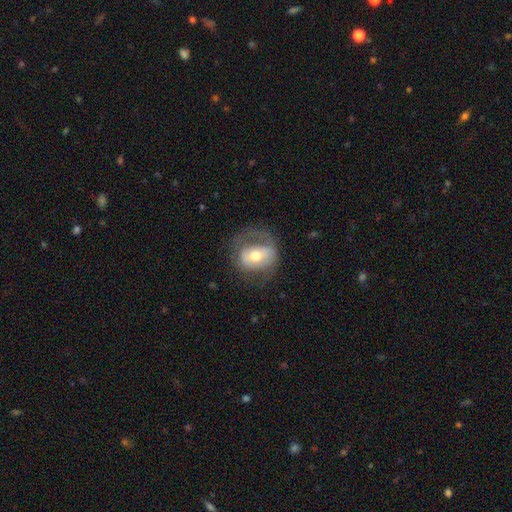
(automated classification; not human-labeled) A featured or disk galaxy (54%) with no bar (48%), no spiral arms (51%) and a moderate central bulge (72%). Merging: none (53%).